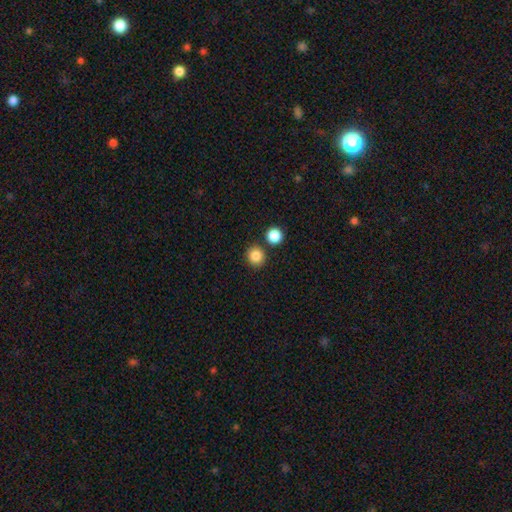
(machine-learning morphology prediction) This is clearly a smooth galaxy (86%). How rounded: clearly round (92%). Merging: clearly none (83%).